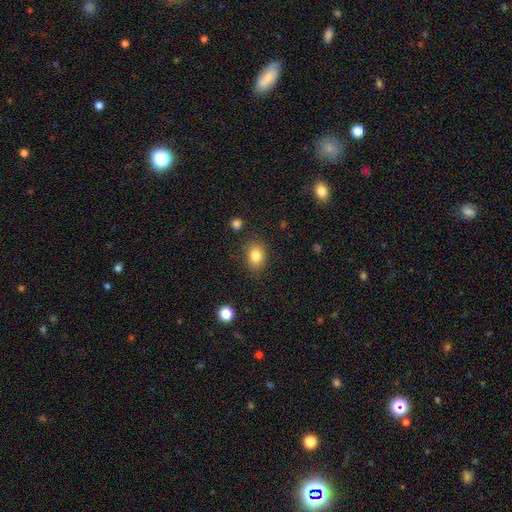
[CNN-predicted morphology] A smooth galaxy with no disk features (83%) that is in between round and cigar-shaped (66%).

Vote fractions:
- Smooth or featured? smooth: 83% / star or artifact: 9% / featured or disk: 8%
- How rounded? in between: 66% / round: 33% / cigar-shaped: 1%
- Merging? none: 83% / minor disturbance: 12% / major disturbance: 3% / merger: 2%